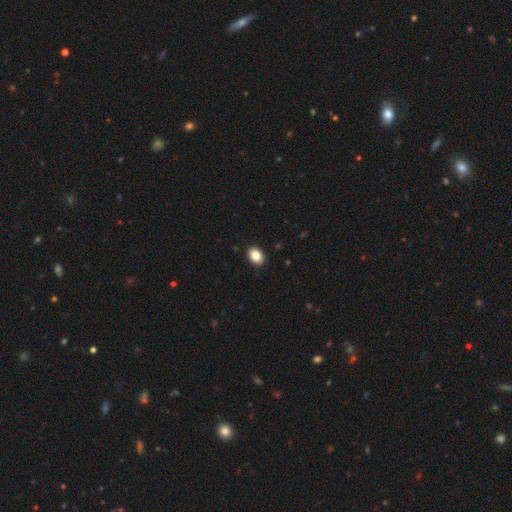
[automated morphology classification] A smooth galaxy with no disk features (85%) that is in between round and cigar-shaped (76%).

Vote fractions:
- Smooth or featured? smooth: 85% / star or artifact: 8% / featured or disk: 6%
- How rounded? in between: 76% / round: 23% / cigar-shaped: 1%
- Merging? none: 91% / minor disturbance: 7% / major disturbance: 2% / merger: 1%